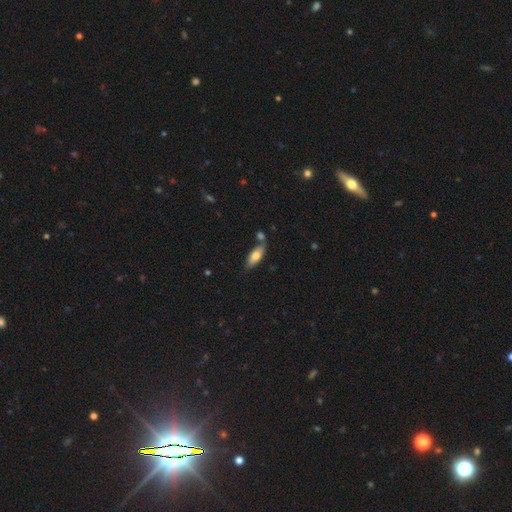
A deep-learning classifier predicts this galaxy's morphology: A smooth galaxy with no disk features (70%) that is in between round and cigar-shaped (70%).

Vote fractions:
- Smooth or featured? smooth: 70% / featured or disk: 24% / star or artifact: 6%
- How rounded? in between: 70% / cigar-shaped: 28% / round: 2%
- Merging? none: 65% / minor disturbance: 16% / merger: 16% / major disturbance: 4%